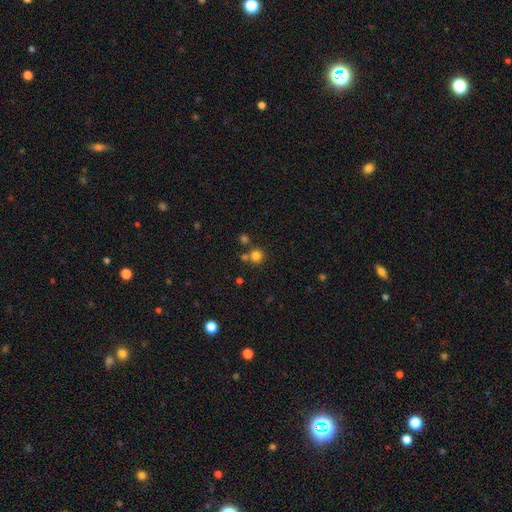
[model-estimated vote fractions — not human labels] smooth_or_featured: smooth (p=0.79) [alt: star or artifact p=0.15]
how_rounded: round (p=0.93) [alt: in between p=0.06]
merging: none (p=0.69) [alt: merger p=0.20]